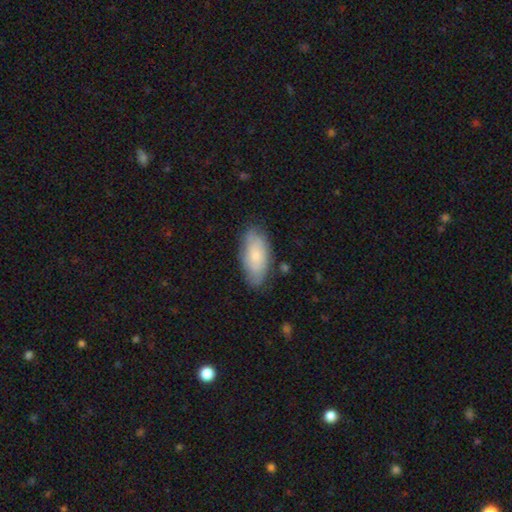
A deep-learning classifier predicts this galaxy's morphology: The model was most divided on "smooth or featured": smooth: 68%, featured or disk: 26%, star or artifact: 6%. More confident: how rounded — in between (89%); merging — none (74%).